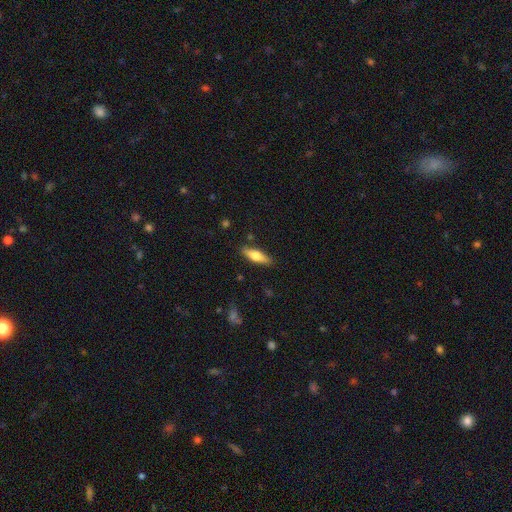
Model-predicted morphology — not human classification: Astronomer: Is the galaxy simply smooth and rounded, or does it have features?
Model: smooth — 56% (runner-up: featured or disk, 38%).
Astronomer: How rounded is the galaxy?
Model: cigar-shaped — 52% (runner-up: in between, 46%).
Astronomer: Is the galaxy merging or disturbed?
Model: none — 86%.